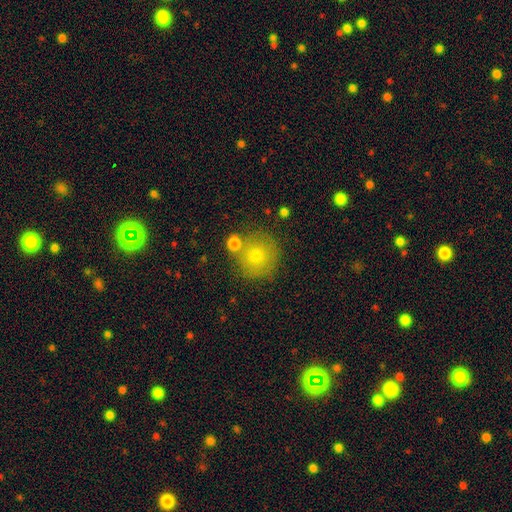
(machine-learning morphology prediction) This is likely a smooth galaxy (73%). How rounded: clearly round (94%). Merging: likely none (71%).